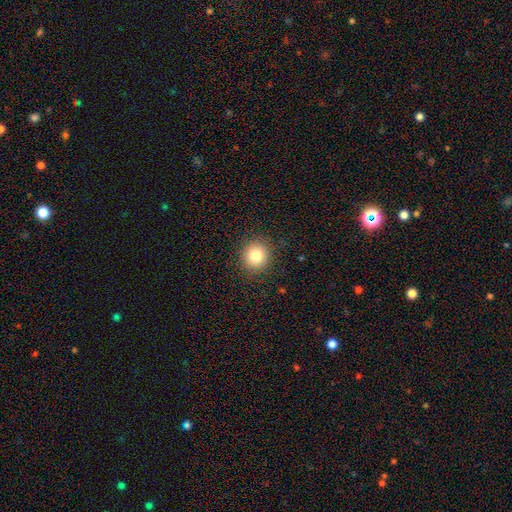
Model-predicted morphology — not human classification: Smooth or featured? Predicted: smooth (p=0.81). How rounded? Predicted: round (p=0.89). Merging? Predicted: none (p=0.90).